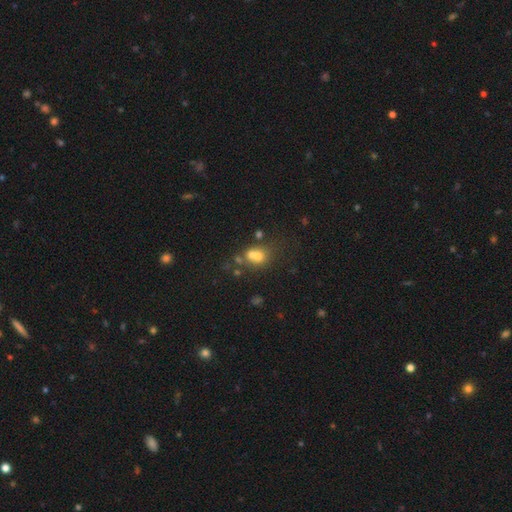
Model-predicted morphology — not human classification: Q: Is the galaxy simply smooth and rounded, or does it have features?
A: smooth — 61%.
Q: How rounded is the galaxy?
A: round — 60%.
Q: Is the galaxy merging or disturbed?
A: merger — 53%.